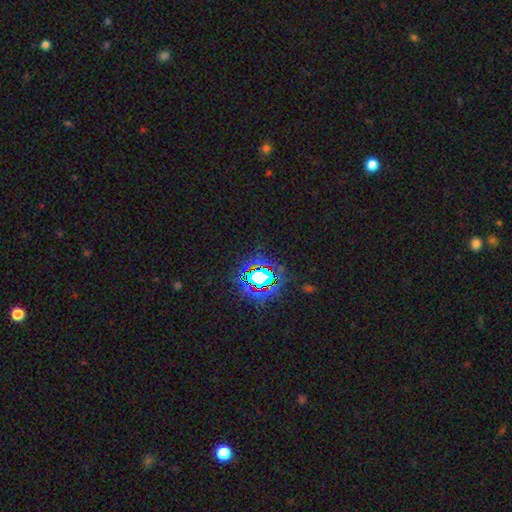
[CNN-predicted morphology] star or artifact 79%, smooth 13%, featured or disk 8%.